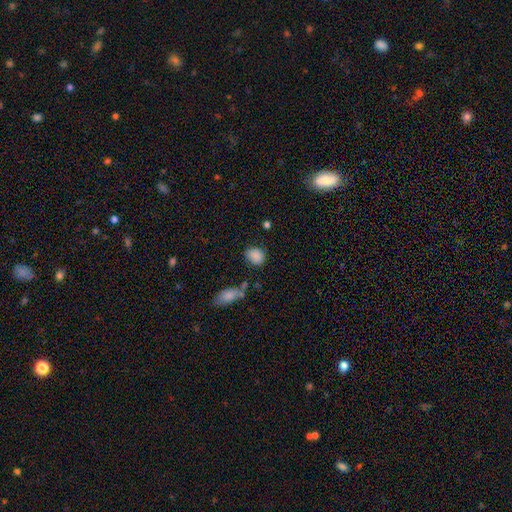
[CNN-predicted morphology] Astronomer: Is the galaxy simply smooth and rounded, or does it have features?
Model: smooth — 86%.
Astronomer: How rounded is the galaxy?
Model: in between — 57% (runner-up: round, 42%).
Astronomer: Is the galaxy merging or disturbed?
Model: none — 70%.